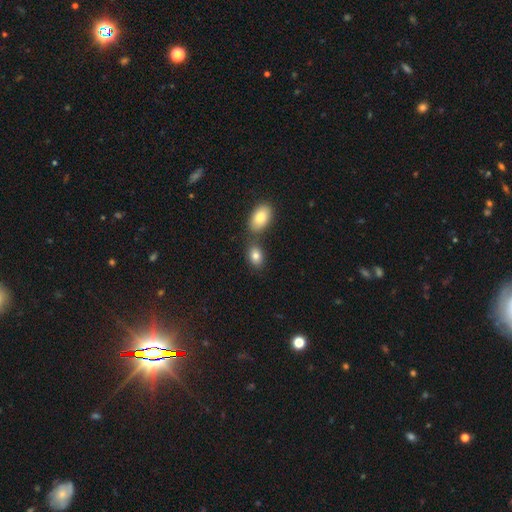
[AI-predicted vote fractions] This appears to be a smooth galaxy with no disk features (81%) that is in between round and cigar-shaped (83%). Merging: none (58%).